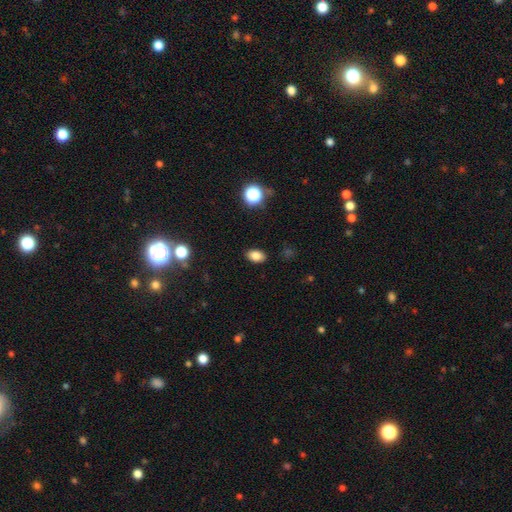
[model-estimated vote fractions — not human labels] Smooth or featured?
  - smooth: 82% *
  - star or artifact: 12%
  - featured or disk: 7%
How rounded?
  - in between: 86% *
  - round: 13%
  - cigar-shaped: 1%
Merging?
  - none: 88% *
  - minor disturbance: 9%
  - major disturbance: 2%
  - merger: 1%